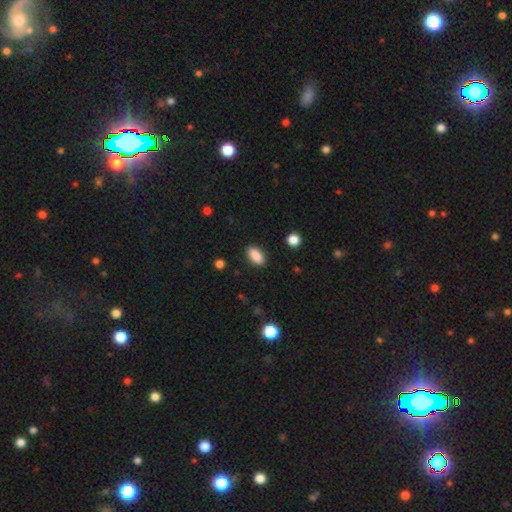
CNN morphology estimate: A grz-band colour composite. It shows a smooth galaxy with no disk features (88%) that is in between round and cigar-shaped (90%). Merging: none (89%).